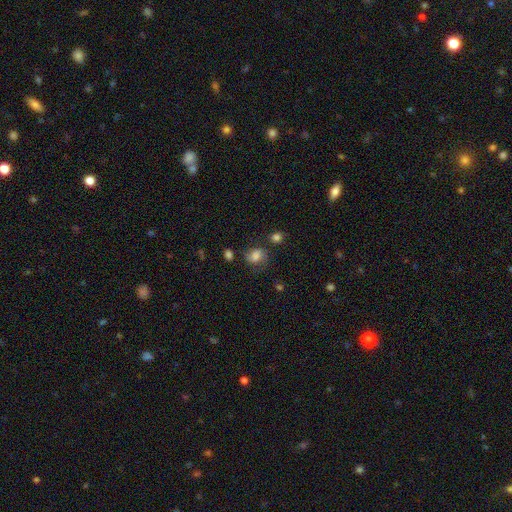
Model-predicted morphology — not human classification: A smooth galaxy with no disk features (63%) that is round (51%). Merging: none (55%).